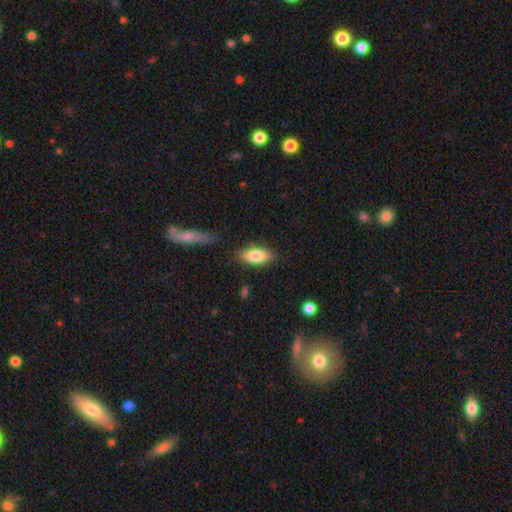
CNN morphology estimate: This is clearly a smooth galaxy (81%). How rounded: clearly in between (89%). Merging: clearly none (81%).